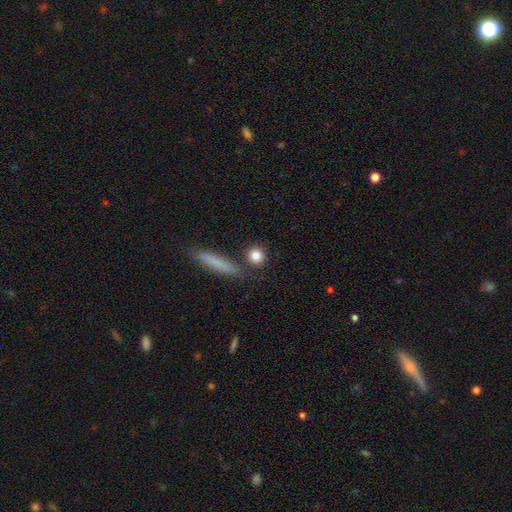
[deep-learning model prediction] smooth-or-featured: smooth: 84% | star or artifact: 8% | featured or disk: 8%
  how-rounded: round: 81% | in between: 12% | cigar-shaped: 6%
  merging: none: 81% | minor disturbance: 8% | merger: 8% | major disturbance: 3%